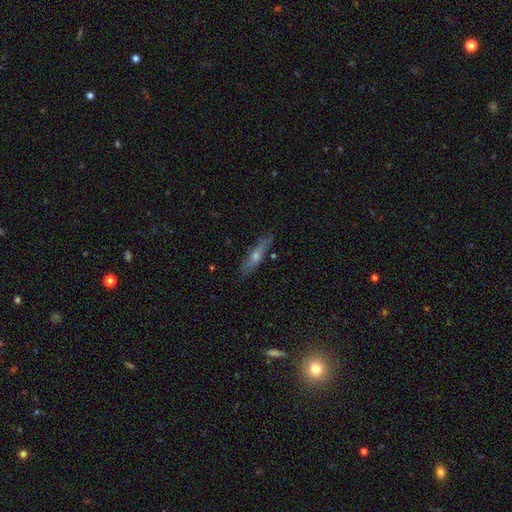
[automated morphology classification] Smooth or featured? featured or disk (52%)
Edge-on disk? yes (84%)
Merging? none (86%)